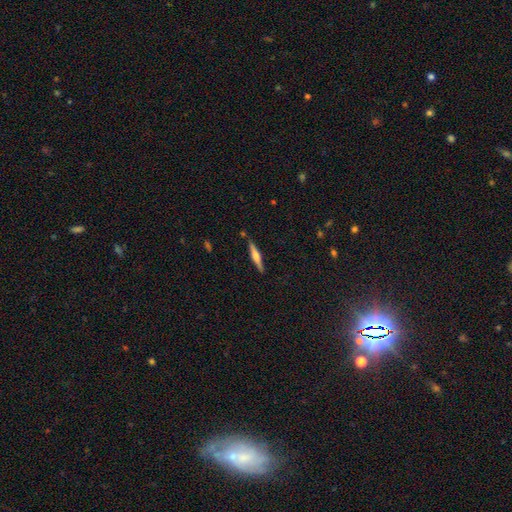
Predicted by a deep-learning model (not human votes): Overall: featured or disk (60%; smooth 34%). Edge-on disk: yes (97%). Edge-on bulge: rounded (78%). Merging: none (88%).